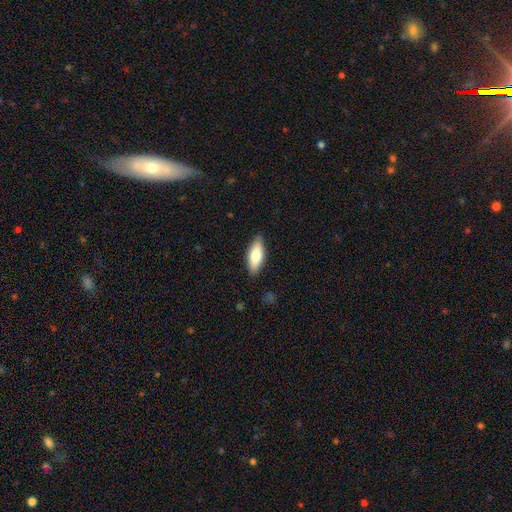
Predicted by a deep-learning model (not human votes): Smooth or featured? Predicted: smooth (p=0.74). How rounded? Predicted: in between (p=0.69). Merging? Predicted: none (p=0.87).